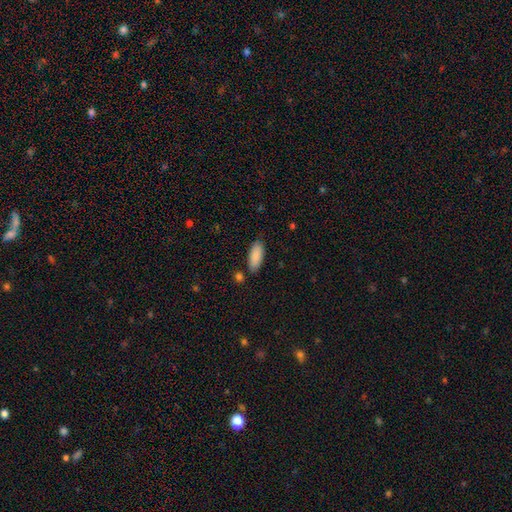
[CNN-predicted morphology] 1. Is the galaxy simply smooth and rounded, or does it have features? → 89% smooth, 6% star or artifact, 5% featured or disk.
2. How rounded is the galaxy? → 82% in between, 17% cigar-shaped, 2% round.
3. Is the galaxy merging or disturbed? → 84% none, 11% minor disturbance, 3% merger, 2% major disturbance.